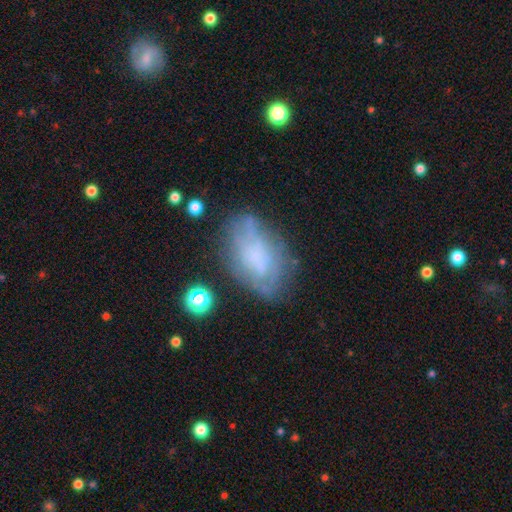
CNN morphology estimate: Q: Smooth or featured?
A: featured or disk (47%); runner-up: smooth (42%)
Q: Merging?
A: none (56%); runner-up: minor disturbance (26%)